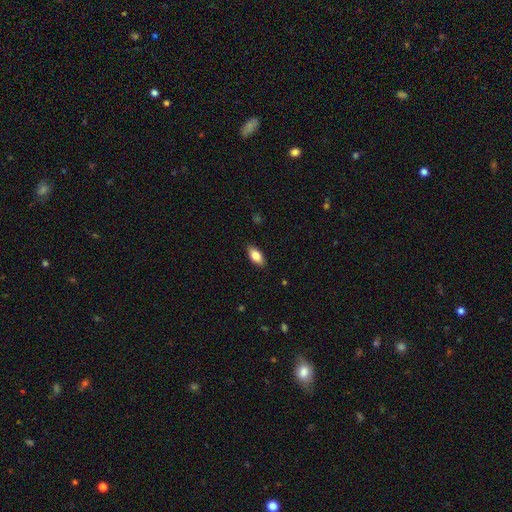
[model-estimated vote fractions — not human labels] Morphology: type=smooth (82%); roundness=in between (89%); merging=none (87%).